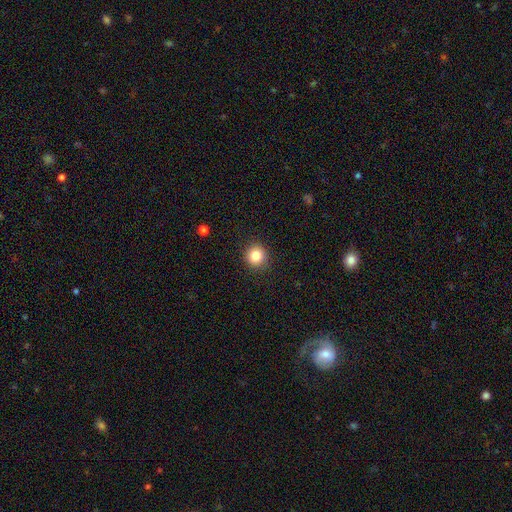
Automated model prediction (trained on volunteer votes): smooth_or_featured: smooth (p=0.84) [alt: star or artifact p=0.10]
how_rounded: round (p=0.92) [alt: in between p=0.07]
merging: none (p=0.91) [alt: minor disturbance p=0.06]